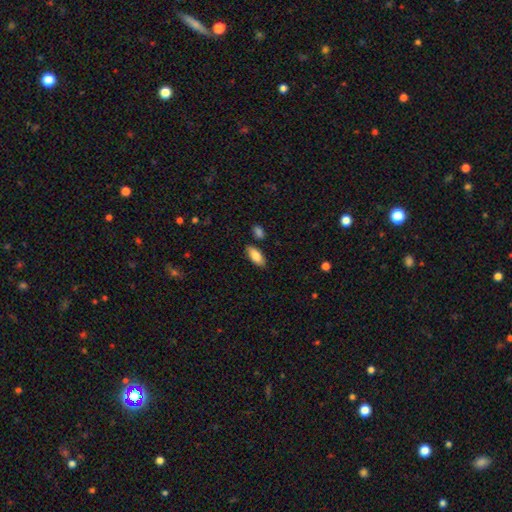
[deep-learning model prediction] Smooth or featured? Predicted: smooth (p=0.85). How rounded? Predicted: in between (p=0.85). Merging? Predicted: none (p=0.84).